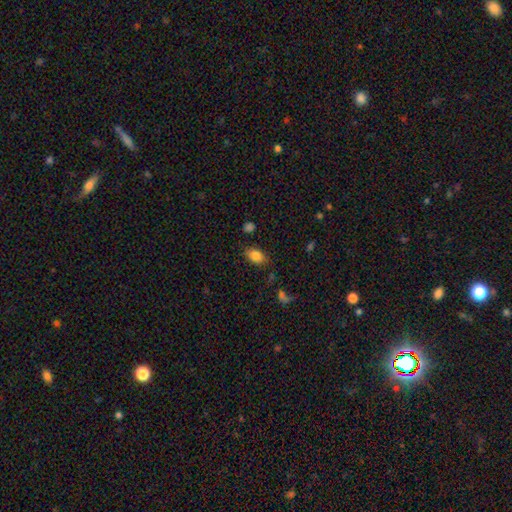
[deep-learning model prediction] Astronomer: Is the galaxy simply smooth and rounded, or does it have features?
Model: smooth — 82%.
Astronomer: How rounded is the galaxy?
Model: in between — 84%.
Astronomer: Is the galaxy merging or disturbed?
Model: none — 80%.